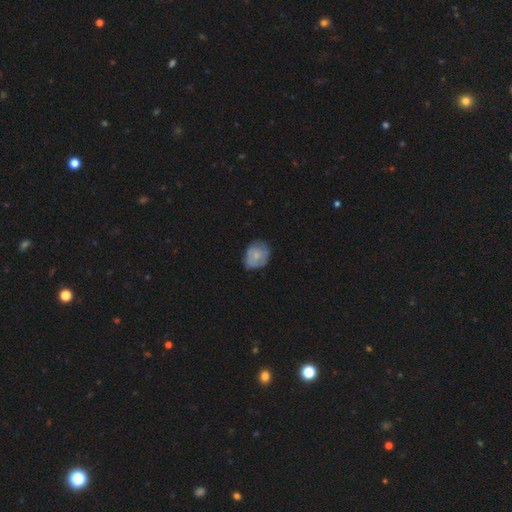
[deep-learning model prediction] Overall: smooth (58%; featured or disk 36%). How rounded: round (54%; in between 45%). Merging: none (65%; minor disturbance 26%).